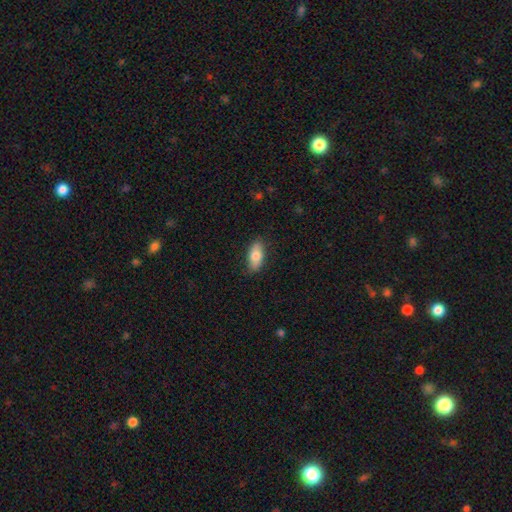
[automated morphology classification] This appears to be a smooth galaxy with no disk features (77%) that is in between round and cigar-shaped (86%). Merging: none (84%).